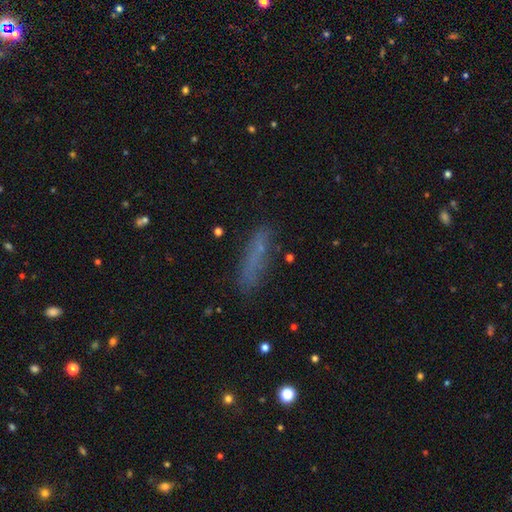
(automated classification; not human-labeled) Overall: smooth (68%). How rounded: cigar-shaped (79%). Merging: none (80%).